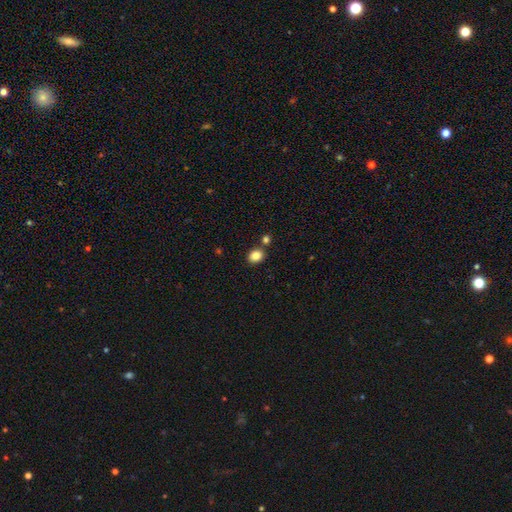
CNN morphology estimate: Smooth or featured: smooth — 85% (star or artifact — 10%)
How rounded: round — 55% (in between — 44%)
Merging: none — 78% (merger — 10%)